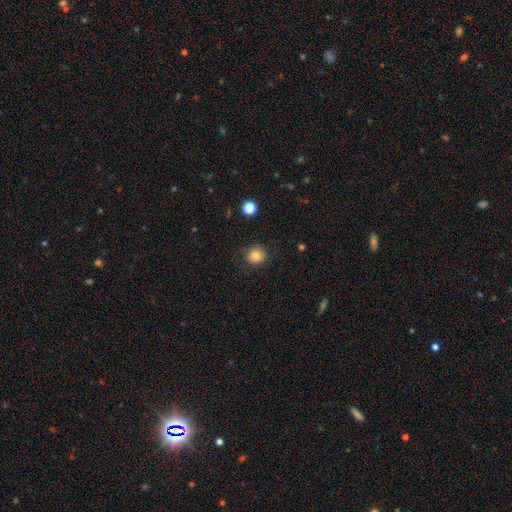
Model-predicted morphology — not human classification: This appears to be a smooth galaxy with no disk features (80%) that is round (88%). Merging: none (82%).